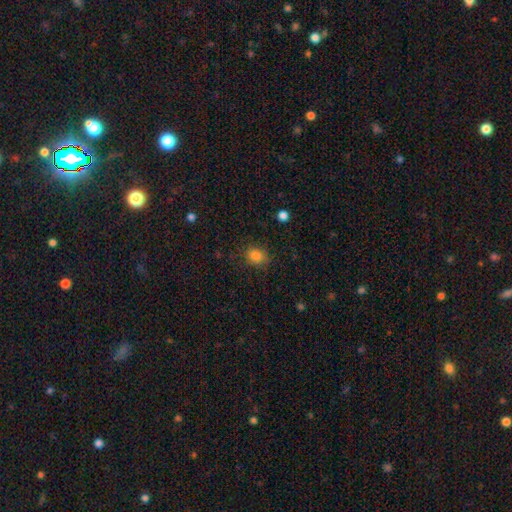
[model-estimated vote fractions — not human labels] Morphology: type=smooth (83%); roundness=round (50%); merging=none (80%).